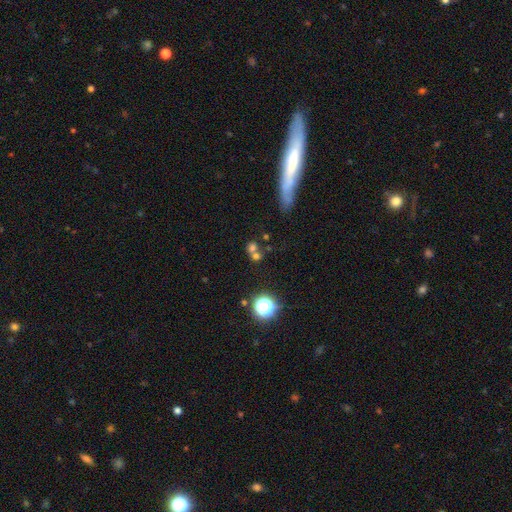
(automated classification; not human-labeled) Morphology: type=smooth (59%); roundness=round (79%); merging=merger (47%).